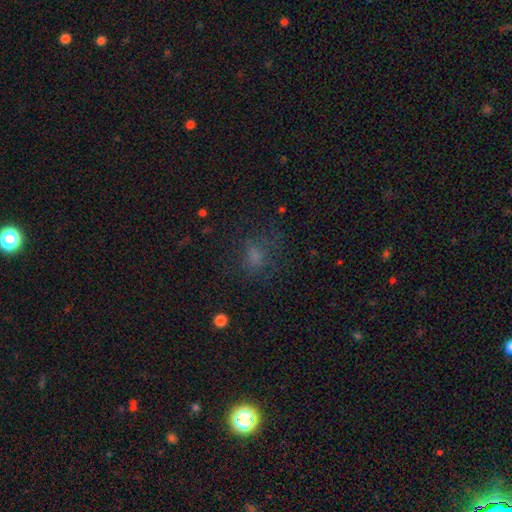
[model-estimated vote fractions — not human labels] A smooth galaxy with no disk features (62%) that is round (53%).

Vote fractions:
- Smooth or featured? smooth: 62% / star or artifact: 24% / featured or disk: 14%
- How rounded? round: 53% / in between: 45% / cigar-shaped: 2%
- Merging? none: 60% / major disturbance: 19% / minor disturbance: 18% / merger: 2%